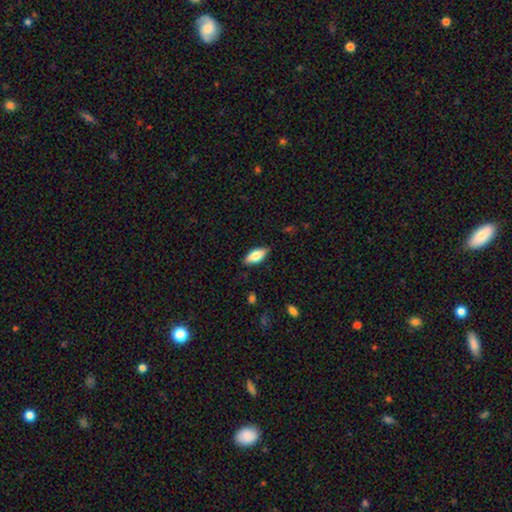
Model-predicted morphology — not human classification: Overall: smooth (71%). How rounded: in between (83%). Merging: none (85%).